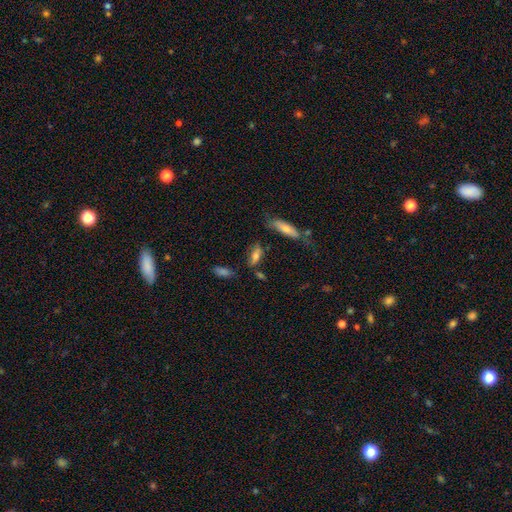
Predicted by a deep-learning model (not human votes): smooth 68%, featured or disk 22%, star or artifact 10%. Down the decision tree: how rounded — in between (60%); merging — none (67%).